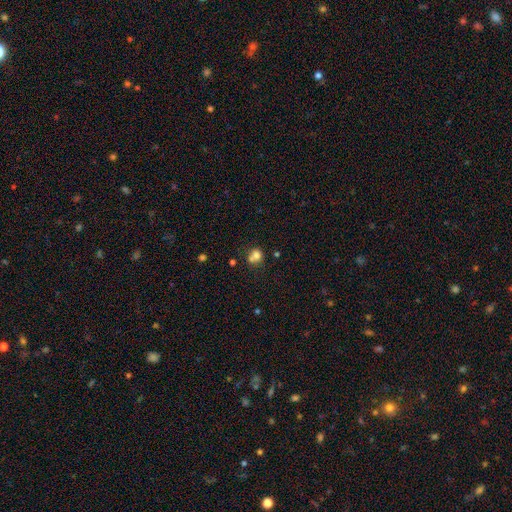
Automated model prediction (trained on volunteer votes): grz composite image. It shows a smooth galaxy with no disk features (74%) that is round (78%). Merging: merger (44%).